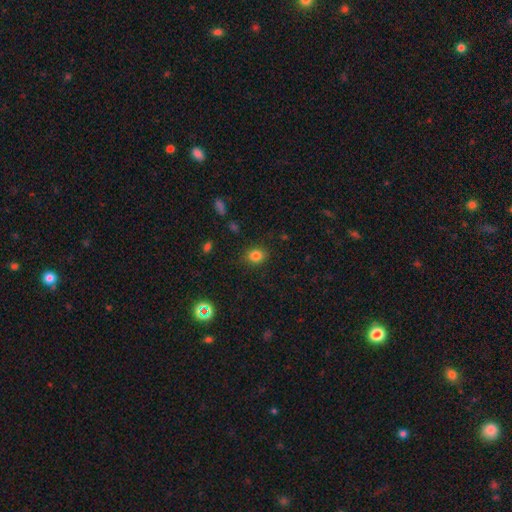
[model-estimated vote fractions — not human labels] Morphology: type=smooth (81%); roundness=round (51%); merging=none (84%).